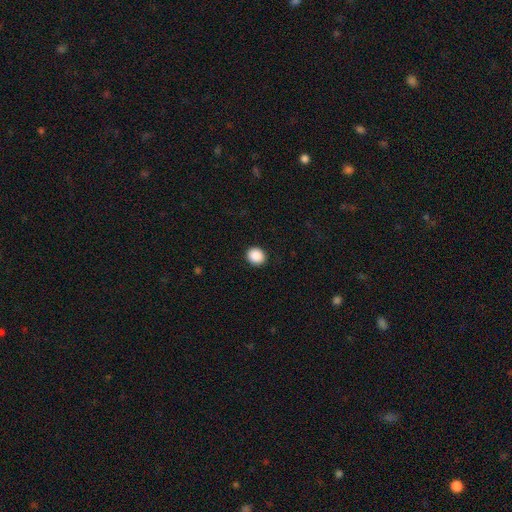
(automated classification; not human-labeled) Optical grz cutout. It shows a smooth galaxy with no disk features (89%) that is round (86%). Merging: none (92%).